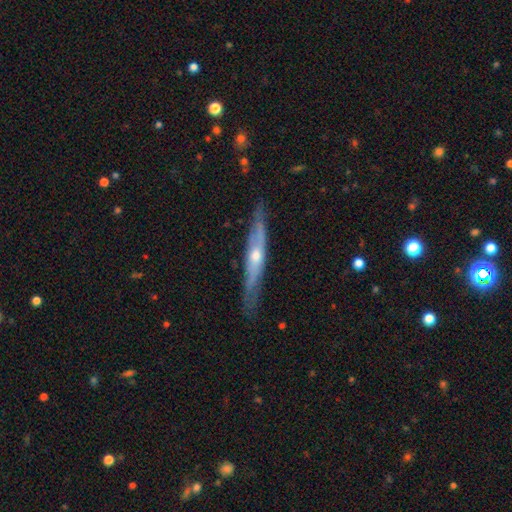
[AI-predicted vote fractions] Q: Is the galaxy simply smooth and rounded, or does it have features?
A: featured or disk — 73%.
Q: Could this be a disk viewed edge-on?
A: yes — 88%.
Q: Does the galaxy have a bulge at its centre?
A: rounded — 78%.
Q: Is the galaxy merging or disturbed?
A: none — 83%.